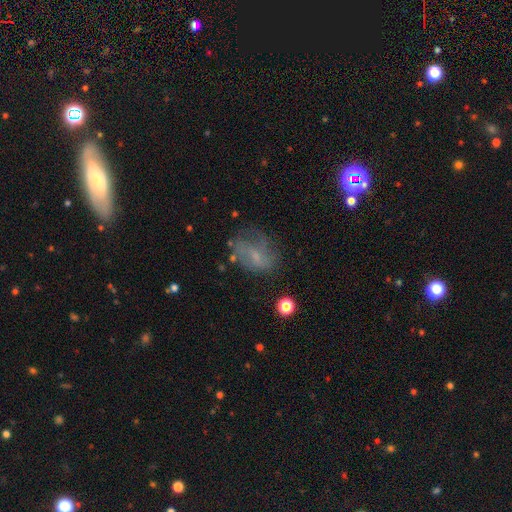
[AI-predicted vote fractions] Smooth or featured?
  - featured or disk: 46% *
  - smooth: 40%
  - star or artifact: 14%
Merging?
  - none: 48% *
  - minor disturbance: 25%
  - major disturbance: 23%
  - merger: 4%